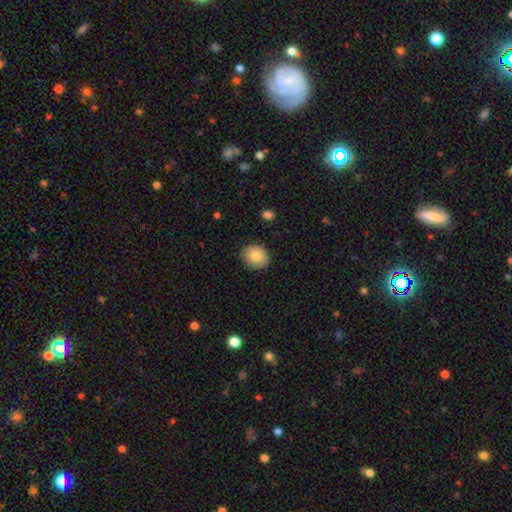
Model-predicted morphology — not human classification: smooth 84%, featured or disk 8%, star or artifact 8%. Down the decision tree: how rounded — round (67%); merging — none (86%).